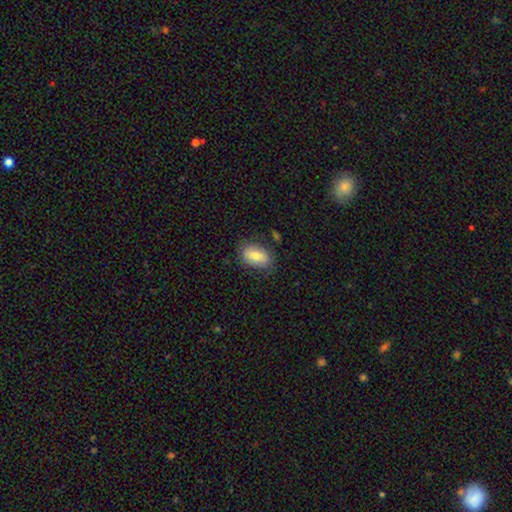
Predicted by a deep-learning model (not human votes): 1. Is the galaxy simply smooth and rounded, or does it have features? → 74% smooth, 18% featured or disk, 7% star or artifact.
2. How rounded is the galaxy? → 89% in between, 8% round, 2% cigar-shaped.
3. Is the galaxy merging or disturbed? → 78% none, 16% minor disturbance, 4% major disturbance, 2% merger.